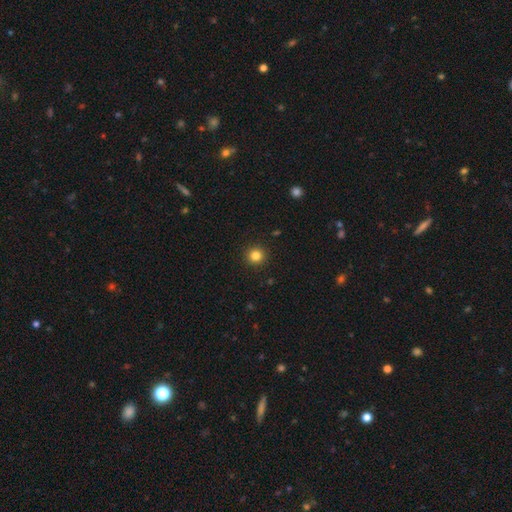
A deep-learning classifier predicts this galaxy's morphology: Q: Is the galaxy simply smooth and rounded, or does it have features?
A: smooth — 84%.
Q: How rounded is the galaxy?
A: round — 94%.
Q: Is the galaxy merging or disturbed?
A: none — 92%.